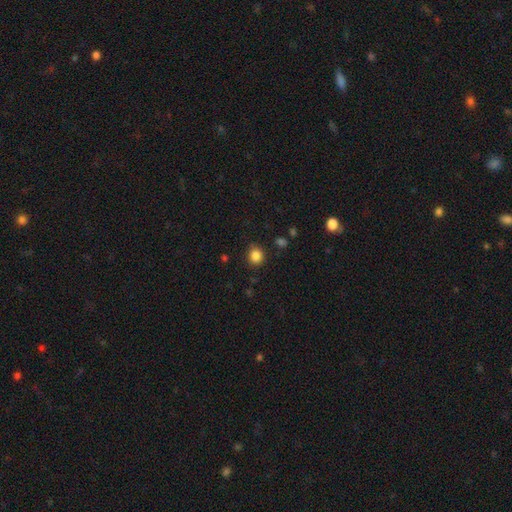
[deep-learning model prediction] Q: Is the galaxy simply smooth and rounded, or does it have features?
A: smooth — 85%.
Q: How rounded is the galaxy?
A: round — 83%.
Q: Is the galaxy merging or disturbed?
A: none — 86%.